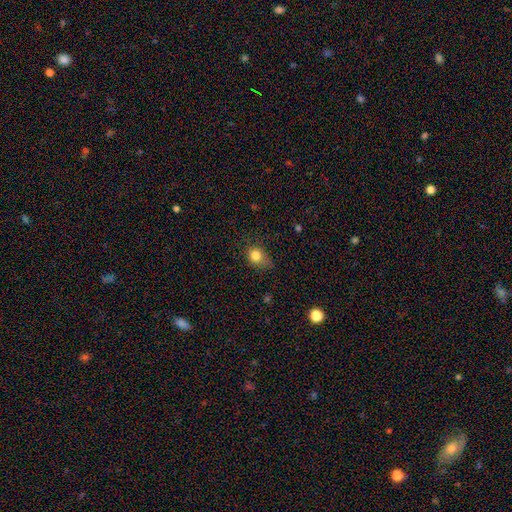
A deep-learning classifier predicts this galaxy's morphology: A smooth galaxy with no disk features (81%) that is round (59%).

Vote fractions:
- Smooth or featured? smooth: 81% / star or artifact: 11% / featured or disk: 7%
- How rounded? round: 59% / in between: 40% / cigar-shaped: 1%
- Merging? none: 53% / minor disturbance: 33% / major disturbance: 11% / merger: 2%